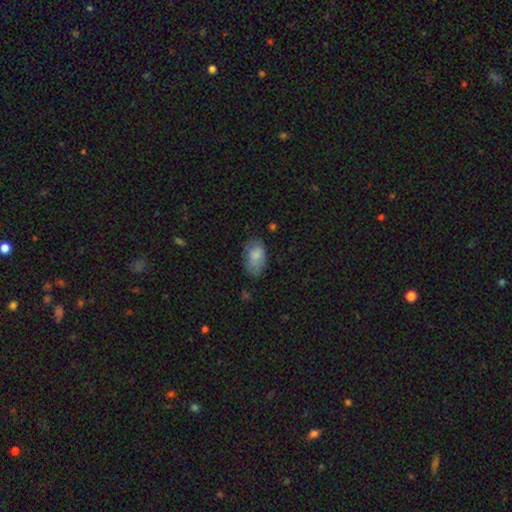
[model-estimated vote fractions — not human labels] smooth-or-featured: smooth: 83% | featured or disk: 11% | star or artifact: 7%
  how-rounded: in between: 93% | round: 6% | cigar-shaped: 2%
  merging: none: 65% | minor disturbance: 26% | major disturbance: 7% | merger: 2%